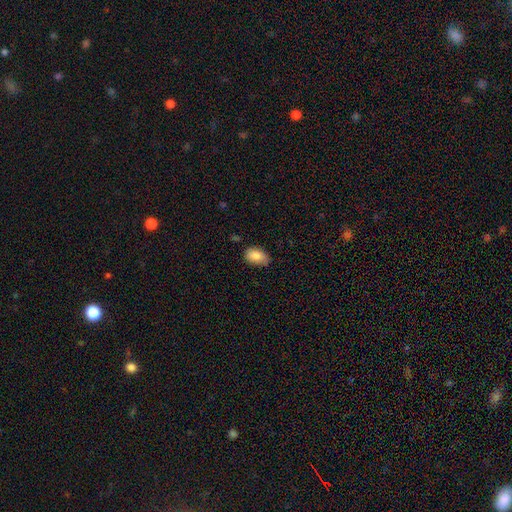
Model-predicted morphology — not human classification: smooth 87%, star or artifact 7%, featured or disk 6%. Down the decision tree: how rounded — in between (90%); merging — none (69%).